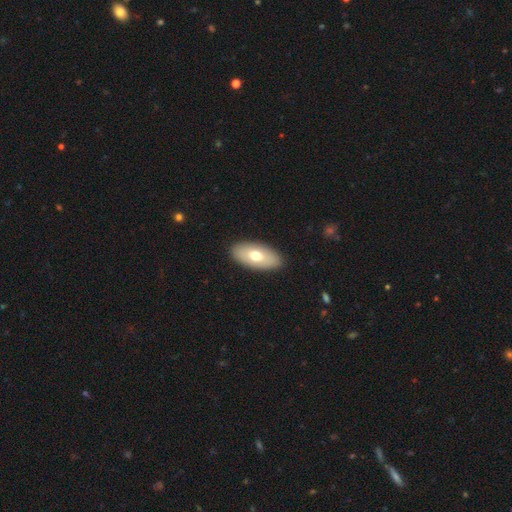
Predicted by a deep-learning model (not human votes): Q: Smooth or featured?
A: smooth (67%); runner-up: featured or disk (28%)
Q: How rounded?
A: in between (92%); runner-up: cigar-shaped (5%)
Q: Merging?
A: none (89%); runner-up: minor disturbance (8%)